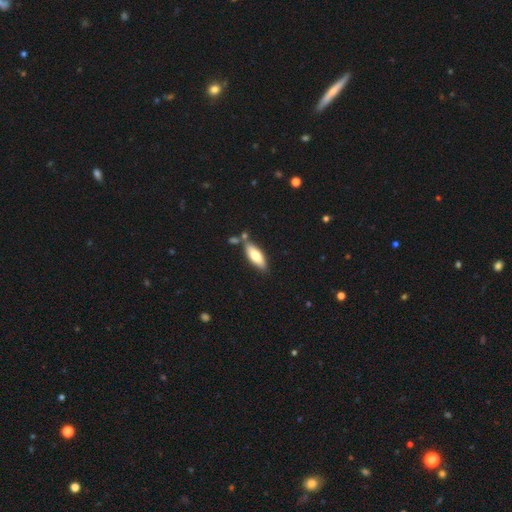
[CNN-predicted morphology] smooth 71%, featured or disk 23%, star or artifact 6%. Down the decision tree: how rounded — in between (68%); merging — none (71%).